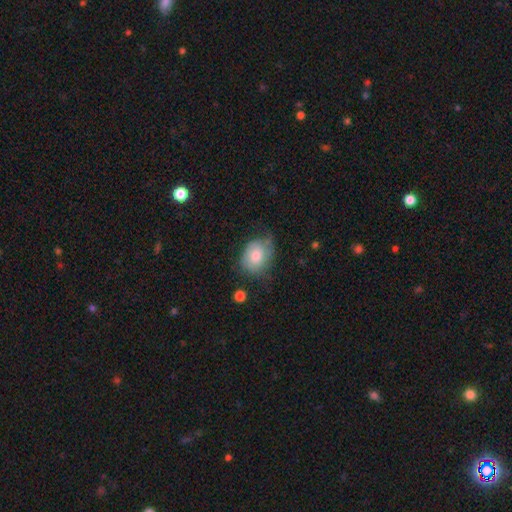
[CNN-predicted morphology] This is likely a smooth galaxy (68%). How rounded: possibly in between (57%). Merging: possibly none (52%).